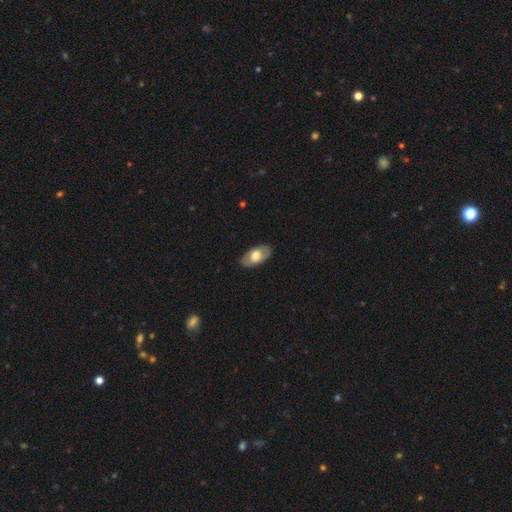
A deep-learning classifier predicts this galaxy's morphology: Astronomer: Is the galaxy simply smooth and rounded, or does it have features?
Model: smooth — 60% (runner-up: featured or disk, 35%).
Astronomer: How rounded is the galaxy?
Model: in between — 93%.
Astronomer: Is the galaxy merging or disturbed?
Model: none — 85%.